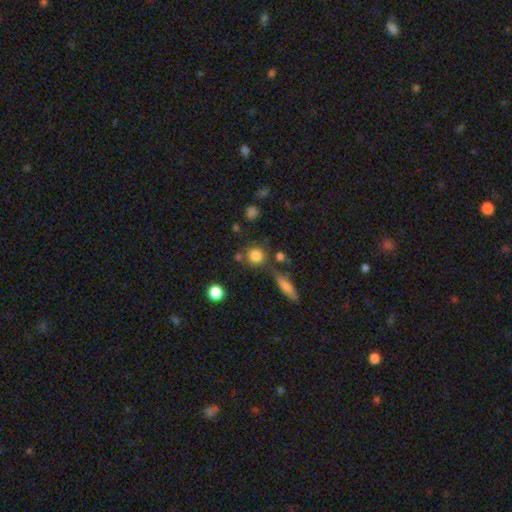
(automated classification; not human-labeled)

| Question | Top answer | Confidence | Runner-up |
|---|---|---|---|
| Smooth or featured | smooth | 81% | star or artifact (12%) |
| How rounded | round | 87% | in between (11%) |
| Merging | none | 70% | merger (14%) |